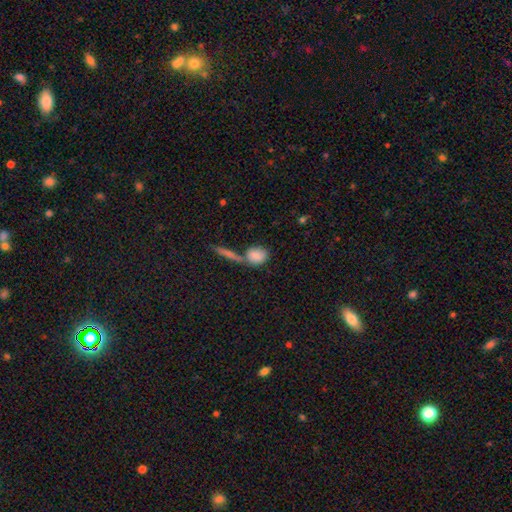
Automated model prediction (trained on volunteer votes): Smooth or featured: smooth — 82% (featured or disk — 10%)
How rounded: round — 53% (in between — 40%)
Merging: none — 54% (merger — 28%)